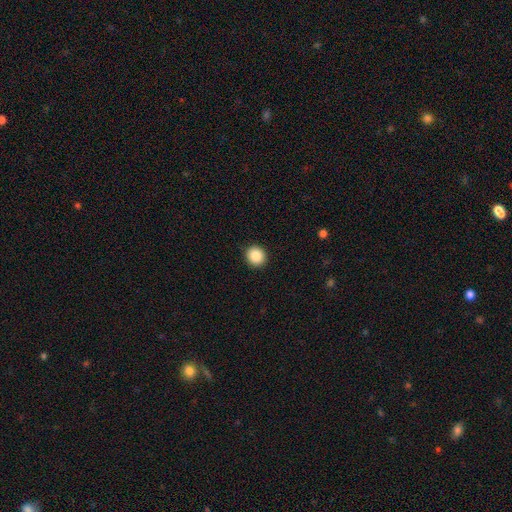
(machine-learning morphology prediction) Smooth or featured: smooth — 88% (star or artifact — 9%)
How rounded: round — 88% (in between — 11%)
Merging: none — 92% (minor disturbance — 6%)